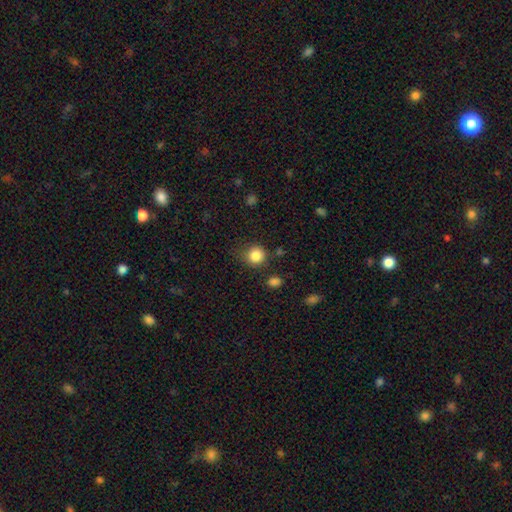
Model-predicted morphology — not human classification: Smooth or featured?
  - smooth: 85% *
  - star or artifact: 11%
  - featured or disk: 4%
How rounded?
  - round: 90% *
  - in between: 9%
  - cigar-shaped: 1%
Merging?
  - none: 75% *
  - minor disturbance: 15%
  - major disturbance: 5%
  - merger: 4%